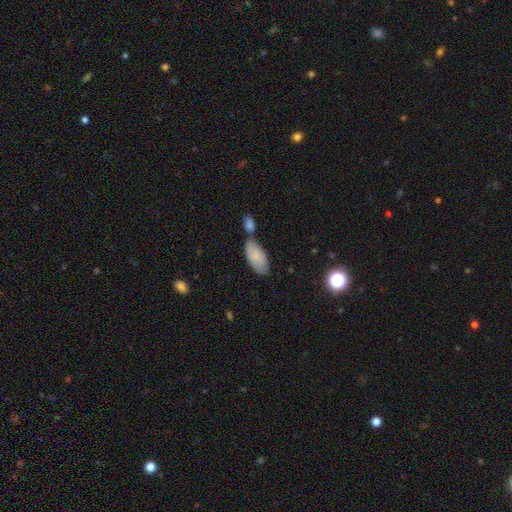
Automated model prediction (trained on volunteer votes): This appears to be a smooth galaxy with no disk features (81%) that is in between round and cigar-shaped (92%). Merging: none (49%).